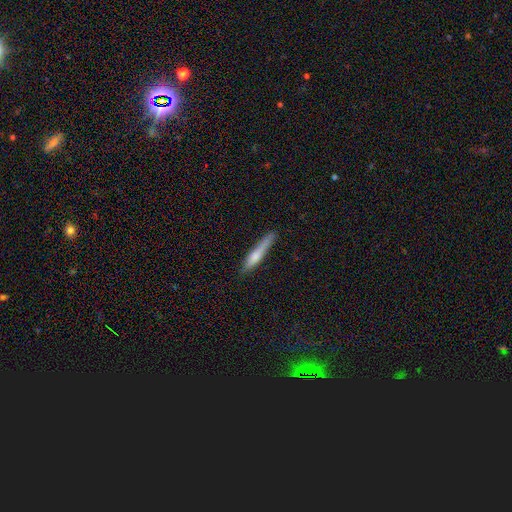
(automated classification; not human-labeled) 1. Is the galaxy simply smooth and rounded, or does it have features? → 66% smooth, 27% featured or disk, 6% star or artifact.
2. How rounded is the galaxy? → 91% cigar-shaped, 7% in between, 1% round.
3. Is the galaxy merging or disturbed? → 72% none, 21% minor disturbance, 5% major disturbance, 2% merger.